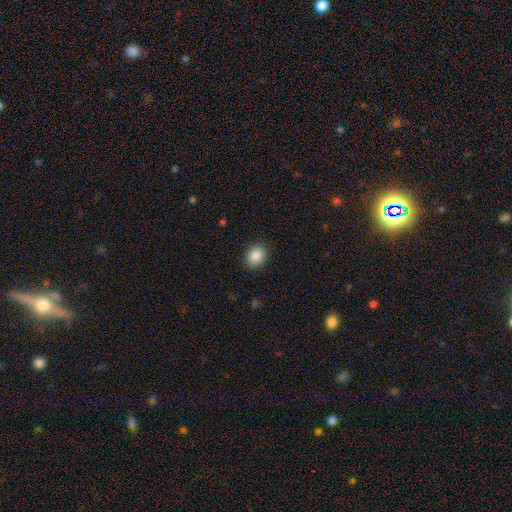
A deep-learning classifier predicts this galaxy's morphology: Smooth or featured?
  - smooth: 87% *
  - star or artifact: 9%
  - featured or disk: 4%
How rounded?
  - round: 64% *
  - in between: 35%
  - cigar-shaped: 1%
Merging?
  - none: 89% *
  - minor disturbance: 8%
  - major disturbance: 2%
  - merger: 1%